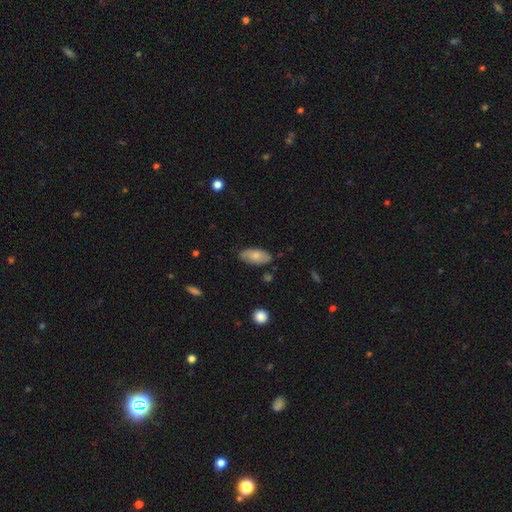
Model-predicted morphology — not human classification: type=smooth (74%); roundness=in between (91%); merging=none (79%).